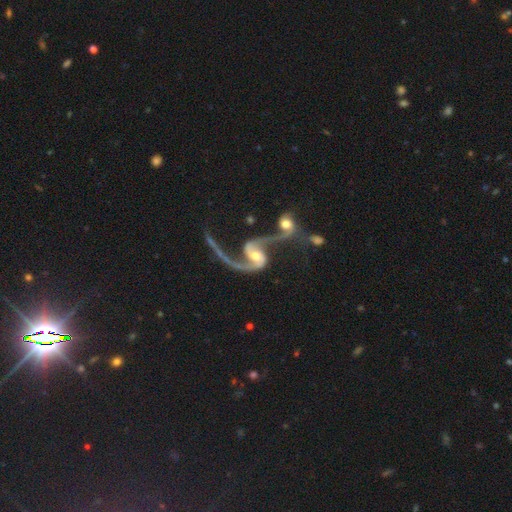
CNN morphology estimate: Q: Smooth or featured?
A: featured or disk (89%); runner-up: smooth (6%)
Q: Edge-on disk?
A: no (97%); runner-up: yes (3%)
Q: Bar?
A: no (41%); runner-up: weak (38%)
Q: Spiral arms?
A: yes (96%); runner-up: no (4%)
Q: Spiral winding?
A: loose (70%); runner-up: medium (24%)
Q: Spiral arm count?
A: 2 (86%); runner-up: 1 (8%)
Q: Bulge size?
A: moderate (65%); runner-up: small (24%)
Q: Merging?
A: merger (54%); runner-up: none (23%)